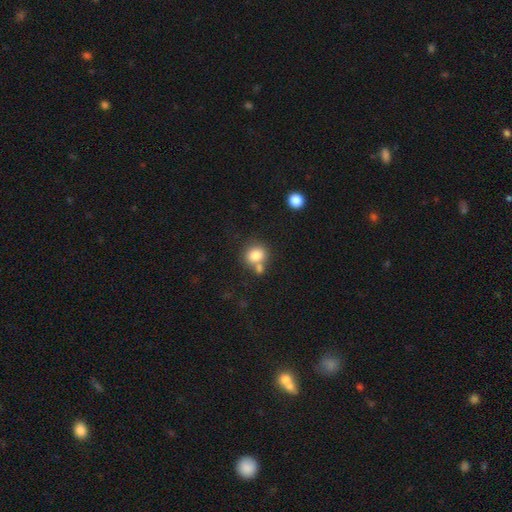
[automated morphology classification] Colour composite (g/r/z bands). It shows a smooth galaxy with no disk features (81%) that is round (73%). Merging: none (53%).